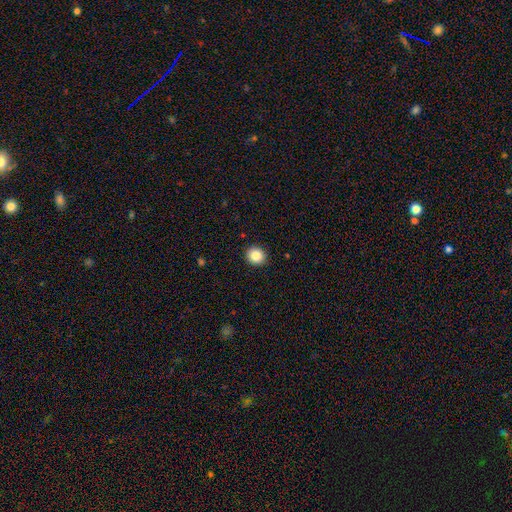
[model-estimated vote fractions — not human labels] Smooth or featured? smooth (85%)
How rounded? round (87%)
Merging? none (92%)